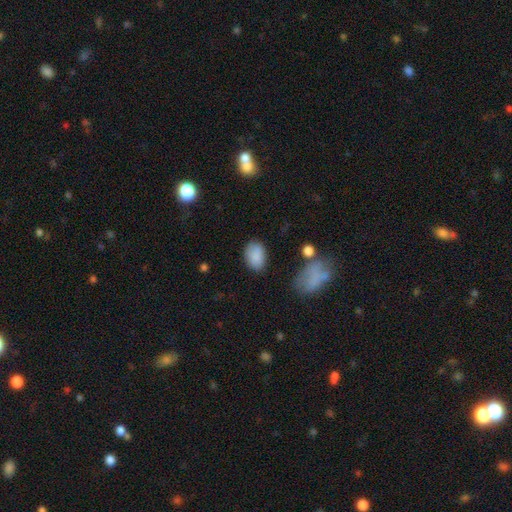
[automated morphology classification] smooth 87%, star or artifact 7%, featured or disk 6%. Down the decision tree: how rounded — in between (84%); merging — none (76%).